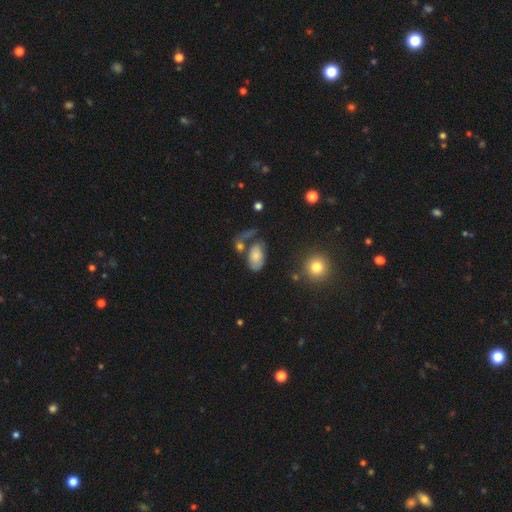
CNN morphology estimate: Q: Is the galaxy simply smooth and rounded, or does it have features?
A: smooth — 69%.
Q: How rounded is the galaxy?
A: in between — 91%.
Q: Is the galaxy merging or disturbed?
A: none — 45%.